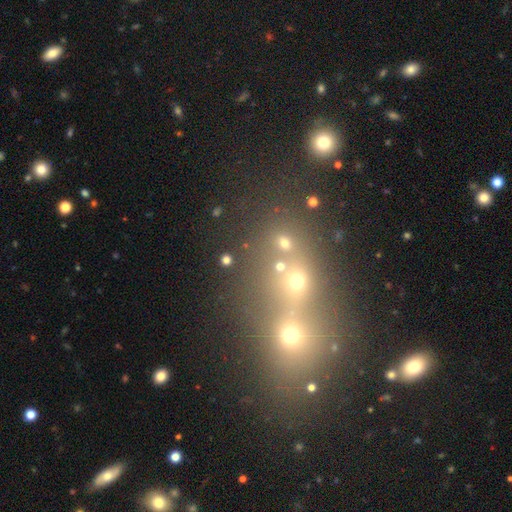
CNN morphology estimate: star or artifact 43%, smooth 38%, featured or disk 19%.